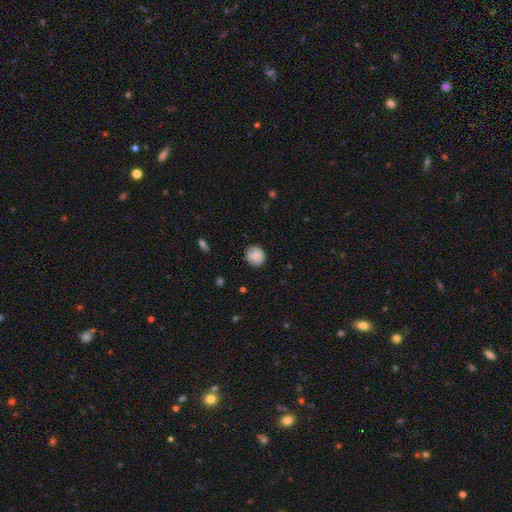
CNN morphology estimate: smooth_or_featured: smooth (p=0.87) [alt: star or artifact p=0.08]
how_rounded: round (p=0.90) [alt: in between p=0.09]
merging: none (p=0.87) [alt: minor disturbance p=0.10]